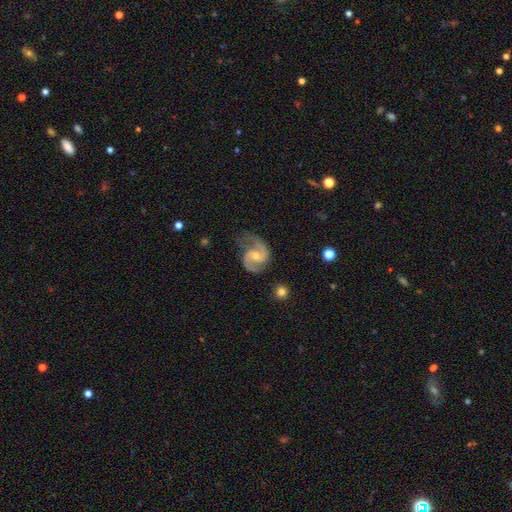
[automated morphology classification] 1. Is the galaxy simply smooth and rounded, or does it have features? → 91% featured or disk, 5% star or artifact, 4% smooth.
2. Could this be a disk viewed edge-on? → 98% no, 2% yes.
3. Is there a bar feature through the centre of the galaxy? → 50% no, 39% weak, 11% strong.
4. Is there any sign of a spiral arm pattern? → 98% yes, 2% no.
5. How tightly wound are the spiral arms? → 59% medium, 22% loose, 19% tight.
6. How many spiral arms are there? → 92% 2, 2% can't tell, 2% 1, 2% 3, 1% 4, 1% more than 4.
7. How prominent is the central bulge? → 55% small, 40% moderate, 2% none, 1% large, 1% dominant.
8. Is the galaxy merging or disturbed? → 72% none, 18% minor disturbance, 8% major disturbance, 2% merger.